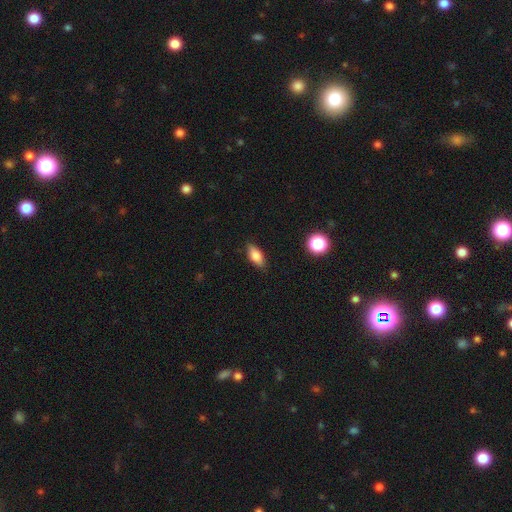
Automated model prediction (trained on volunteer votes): Smooth or featured? Predicted: smooth (p=0.76). How rounded? Predicted: in between (p=0.82). Merging? Predicted: none (p=0.86).